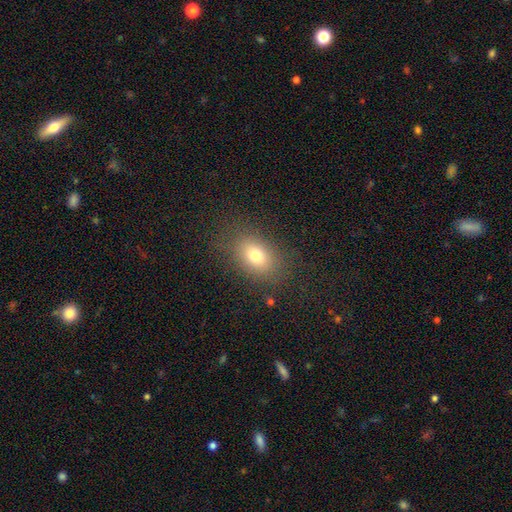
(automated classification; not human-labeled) Smooth or featured? Predicted: smooth (p=0.76). How rounded? Predicted: in between (p=0.78). Merging? Predicted: none (p=0.81).